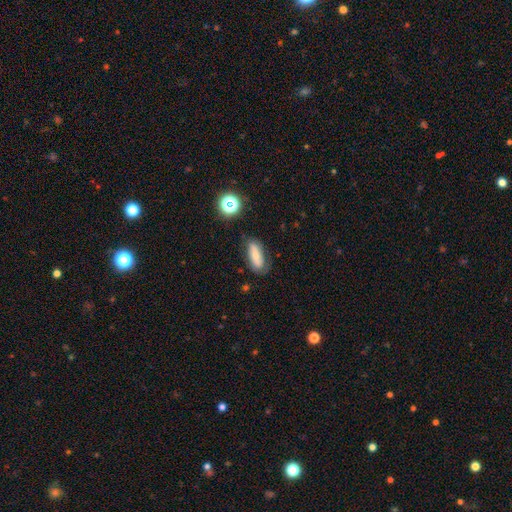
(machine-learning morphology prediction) The model was most divided on "smooth or featured": smooth: 60%, featured or disk: 30%, star or artifact: 10%. More confident: how rounded — in between (74%); merging — none (72%).